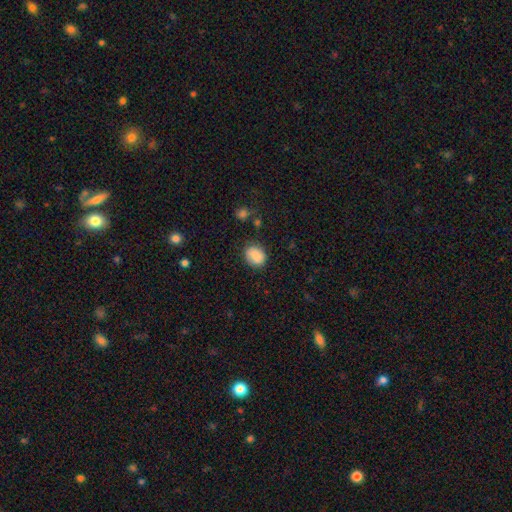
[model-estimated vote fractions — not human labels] This appears to be a smooth galaxy with no disk features (82%) that is round (53%). Merging: none (78%).